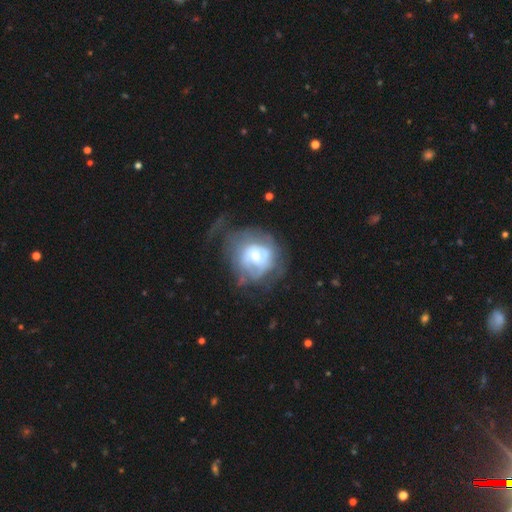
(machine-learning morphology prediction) type=featured or disk (67%); edge-on=no (97%); bar=no (74%); spiral arms=yes (59%); bulge=moderate (48%); merging=none (38%).